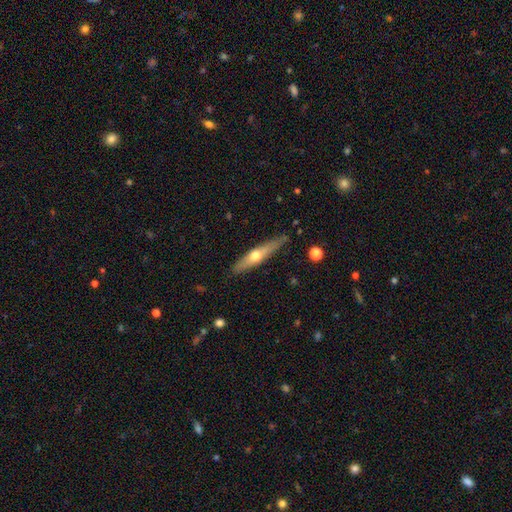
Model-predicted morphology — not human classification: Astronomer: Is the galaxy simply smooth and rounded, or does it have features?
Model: featured or disk — 56% (runner-up: smooth, 38%).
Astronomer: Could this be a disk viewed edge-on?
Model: yes — 92%.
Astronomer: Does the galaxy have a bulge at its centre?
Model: rounded — 91%.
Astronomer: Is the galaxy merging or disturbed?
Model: none — 82%.